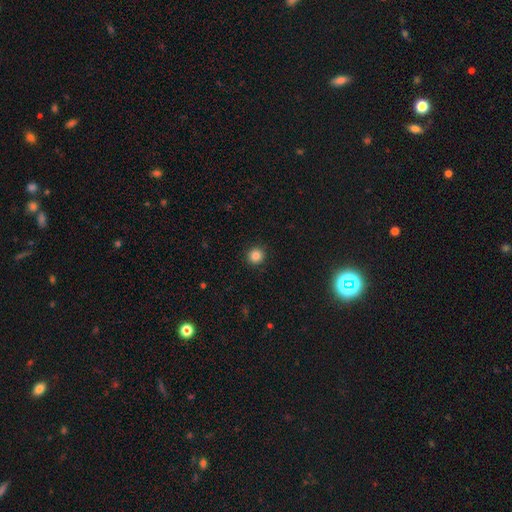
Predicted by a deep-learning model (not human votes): Smooth or featured? Predicted: smooth (p=0.84). How rounded? Predicted: round (p=0.94). Merging? Predicted: none (p=0.92).